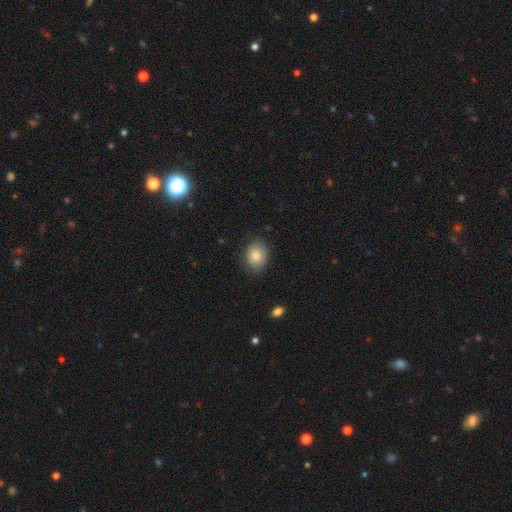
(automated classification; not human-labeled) smooth_or_featured: smooth (p=0.84) [alt: star or artifact p=0.08]
how_rounded: in between (p=0.51) [alt: round p=0.48]
merging: none (p=0.82) [alt: minor disturbance p=0.14]